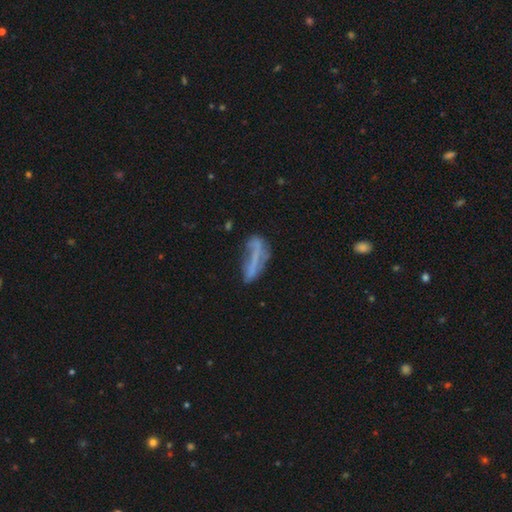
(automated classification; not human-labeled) smooth_or_featured: smooth (p=0.46) [alt: featured or disk p=0.42]
merging: none (p=0.38) [alt: minor disturbance p=0.26]